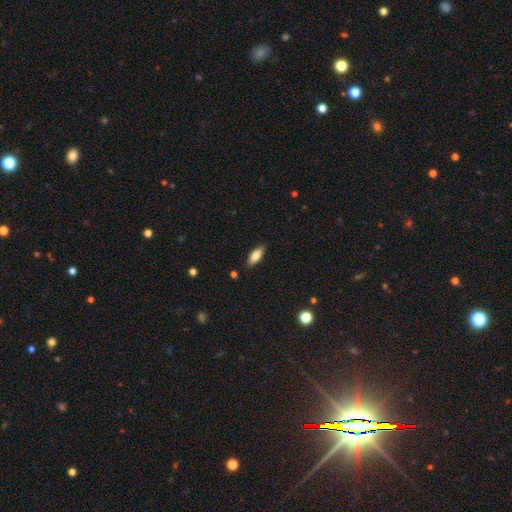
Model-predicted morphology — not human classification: smooth 81%, featured or disk 13%, star or artifact 7%. Down the decision tree: how rounded — in between (76%); merging — none (87%).